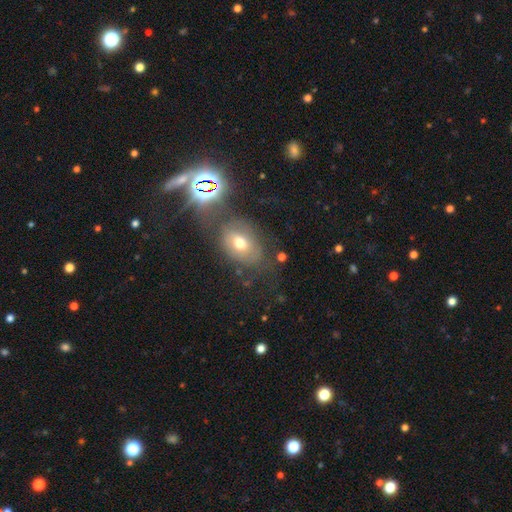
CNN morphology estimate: Smooth or featured?
  - star or artifact: 39% *
  - smooth: 36%
  - featured or disk: 25%